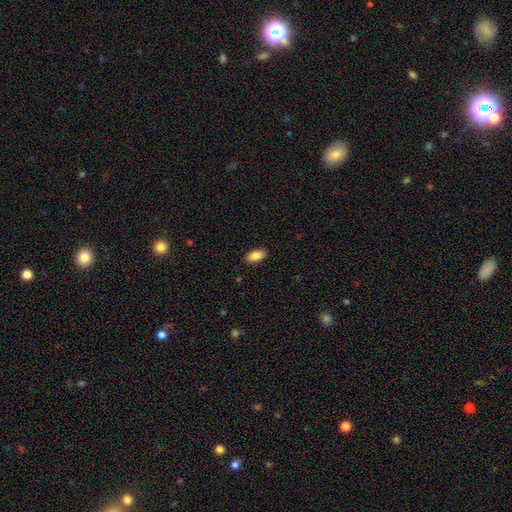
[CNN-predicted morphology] A smooth galaxy with no disk features (87%) that is in between round and cigar-shaped (93%). Merging: none (88%).